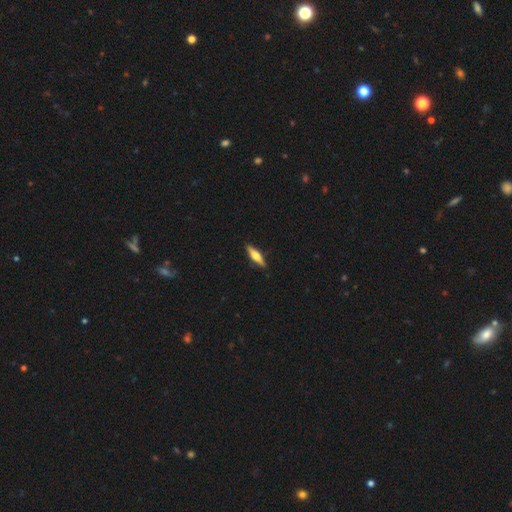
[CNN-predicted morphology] smooth-or-featured: smooth: 49% | featured or disk: 45% | star or artifact: 6%
  merging: none: 89% | minor disturbance: 8% | major disturbance: 2% | merger: 1%